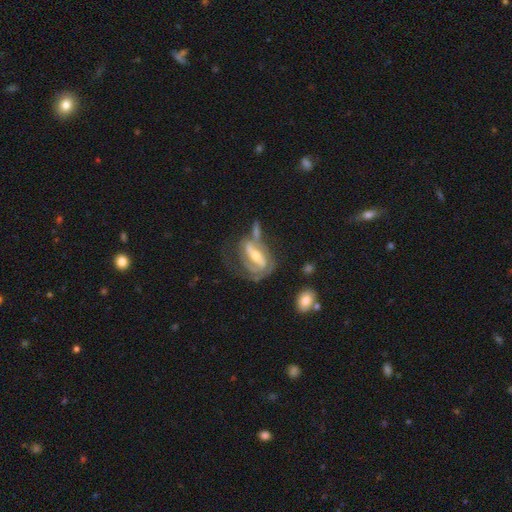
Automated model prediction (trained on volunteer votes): Q: Smooth or featured?
A: featured or disk (82%); runner-up: smooth (11%)
Q: Edge-on disk?
A: no (92%); runner-up: yes (8%)
Q: Bar?
A: strong (54%); runner-up: weak (31%)
Q: Spiral arms?
A: yes (87%); runner-up: no (13%)
Q: Spiral winding?
A: tight (42%); runner-up: medium (40%)
Q: Spiral arm count?
A: 2 (56%); runner-up: can't tell (20%)
Q: Bulge size?
A: moderate (54%); runner-up: small (38%)
Q: Merging?
A: none (38%); runner-up: major disturbance (28%)